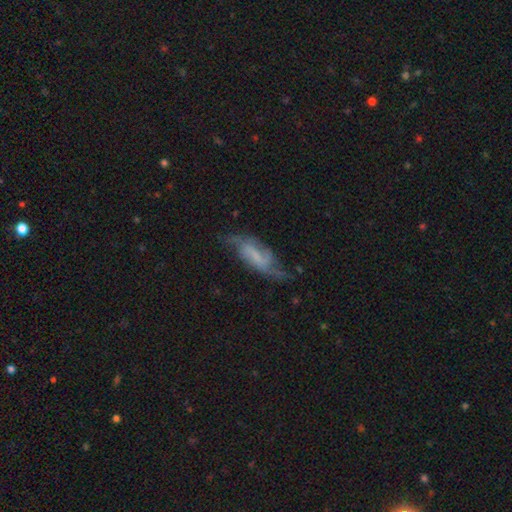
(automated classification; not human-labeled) featured or disk 68%, smooth 23%, star or artifact 8%. Down the decision tree: edge-on disk — no (87%); bar — weak (42%); spiral arms — yes (85%); spiral arm count — 2 (67%); spiral winding — loose (49%); bulge size — none (48%); merging — none (50%).